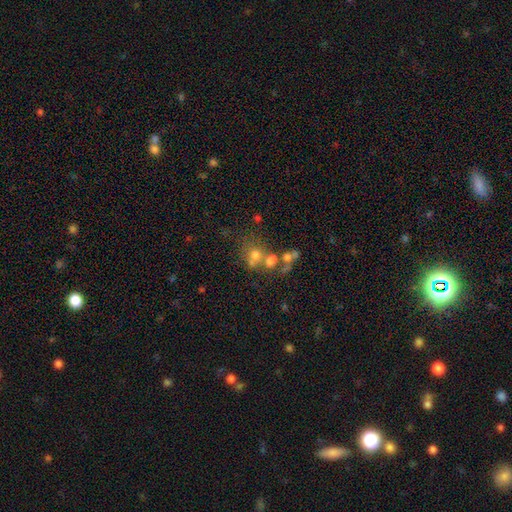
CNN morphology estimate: Smooth or featured? Predicted: smooth (p=0.53). How rounded? Predicted: round (p=0.69). Merging? Predicted: merger (p=0.45).